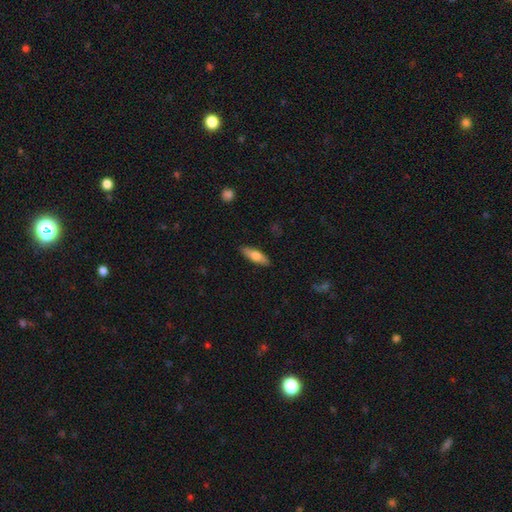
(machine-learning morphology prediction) Smooth or featured? smooth (68%)
How rounded? in between (52%)
Merging? none (88%)